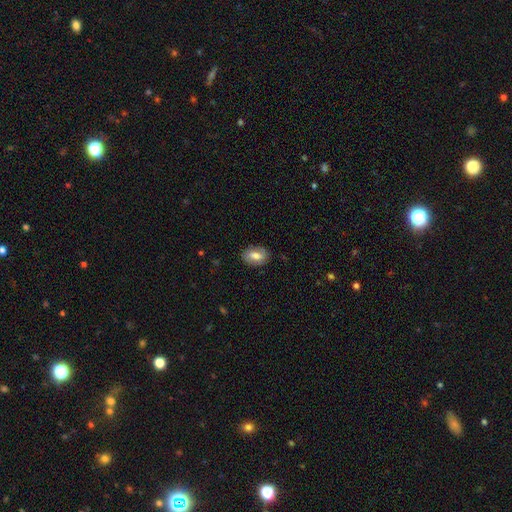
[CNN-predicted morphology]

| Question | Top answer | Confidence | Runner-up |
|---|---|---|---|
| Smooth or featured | smooth | 65% | featured or disk (27%) |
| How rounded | in between | 85% | round (13%) |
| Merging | none | 82% | minor disturbance (13%) |